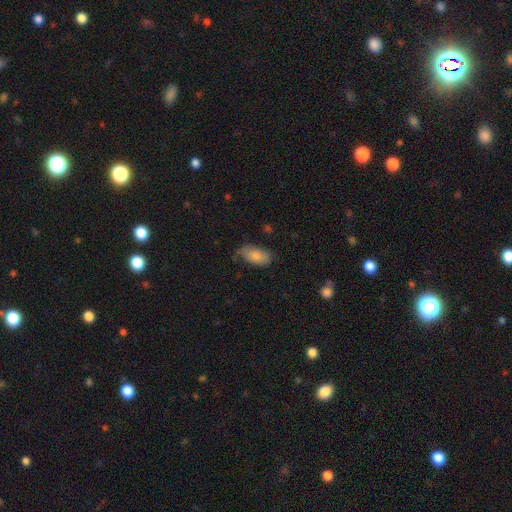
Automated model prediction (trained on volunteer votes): The model was most divided on "merging": none: 61%, minor disturbance: 29%, major disturbance: 7%, merger: 2%. More confident: how rounded — in between (93%); smooth or featured — smooth (81%).